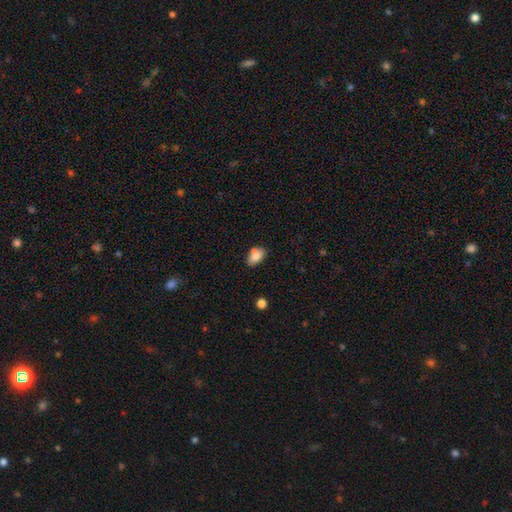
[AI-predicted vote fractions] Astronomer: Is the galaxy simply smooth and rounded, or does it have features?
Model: smooth — 81%.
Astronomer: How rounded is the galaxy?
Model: in between — 88%.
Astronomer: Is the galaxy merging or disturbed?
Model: none — 57%.